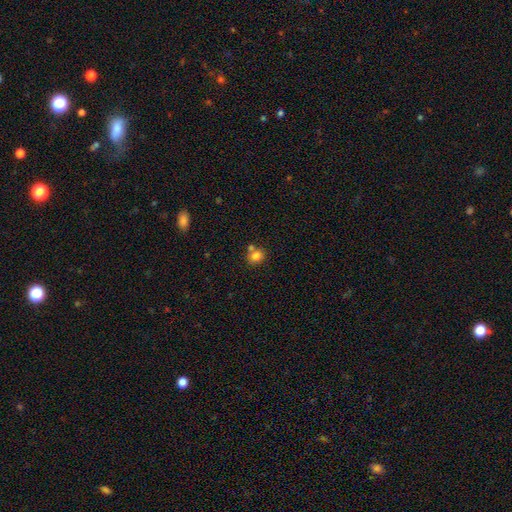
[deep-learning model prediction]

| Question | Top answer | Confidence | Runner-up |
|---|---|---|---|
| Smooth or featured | smooth | 81% | star or artifact (11%) |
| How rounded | round | 72% | in between (27%) |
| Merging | none | 61% | merger (25%) |